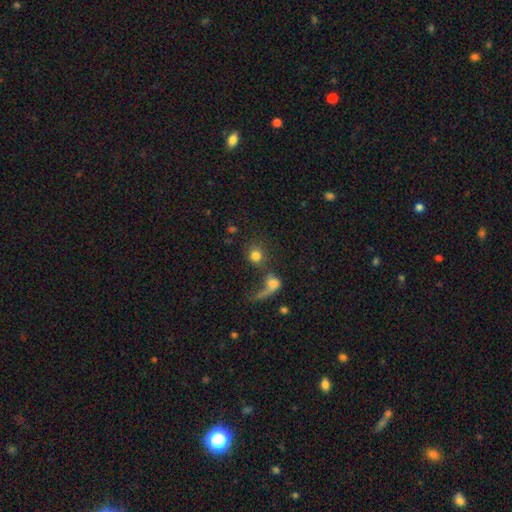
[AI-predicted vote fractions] Smooth or featured: smooth — 76% (featured or disk — 14%)
How rounded: round — 77% (in between — 20%)
Merging: none — 39% (merger — 32%)